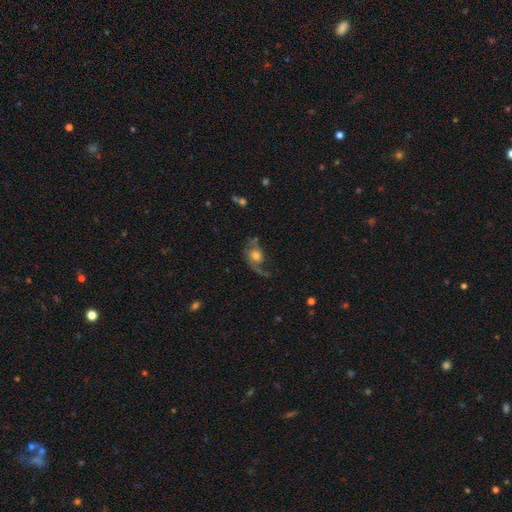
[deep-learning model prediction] A featured or disk galaxy (63%) with no bar (75%), 1 (48%) loose (61%) spiral arms (84%) and a moderate central bulge (55%). Merging: none (39%).